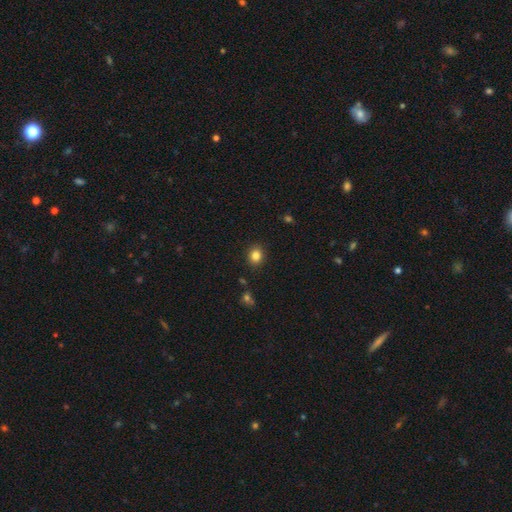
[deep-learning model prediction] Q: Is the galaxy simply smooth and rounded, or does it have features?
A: smooth — 83%.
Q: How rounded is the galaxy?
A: round — 73%.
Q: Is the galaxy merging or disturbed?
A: none — 89%.